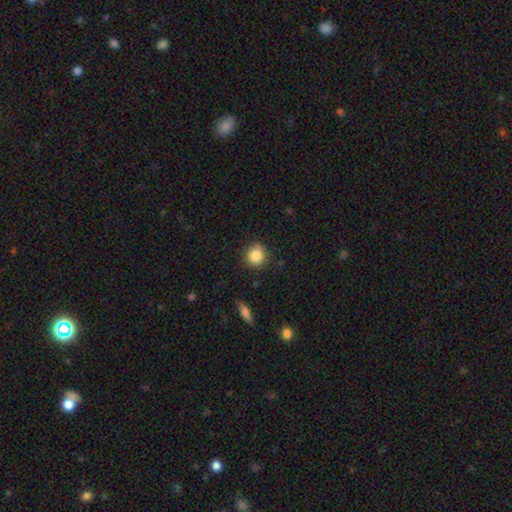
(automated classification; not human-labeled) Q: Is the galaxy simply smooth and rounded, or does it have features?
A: smooth — 85%.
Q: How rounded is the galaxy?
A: round — 87%.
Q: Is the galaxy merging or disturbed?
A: none — 83%.